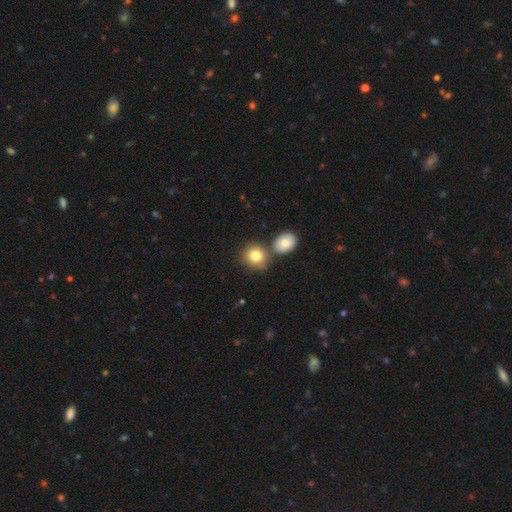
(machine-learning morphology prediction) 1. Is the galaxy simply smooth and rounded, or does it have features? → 81% smooth, 9% featured or disk, 9% star or artifact.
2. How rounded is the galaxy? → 78% round, 21% in between, 1% cigar-shaped.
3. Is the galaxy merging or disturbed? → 58% none, 29% merger, 10% minor disturbance, 3% major disturbance.